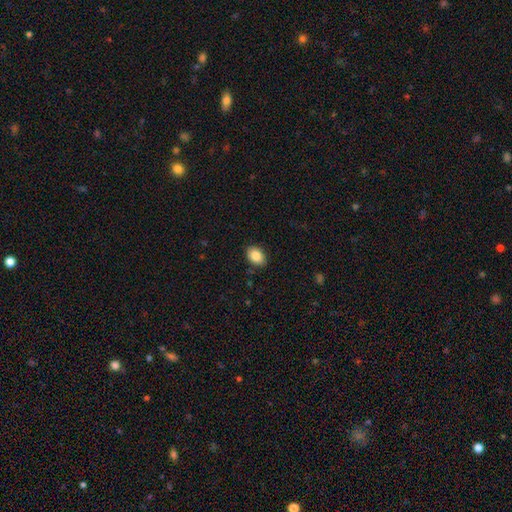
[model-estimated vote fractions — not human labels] smooth 87%, star or artifact 8%, featured or disk 6%. Down the decision tree: how rounded — in between (81%); merging — none (88%).